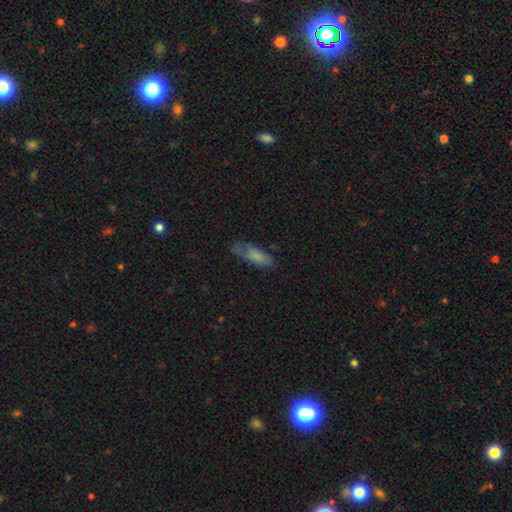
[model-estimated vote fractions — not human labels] The model was most divided on "how rounded": in between: 52%, cigar-shaped: 46%, round: 2%. More confident: smooth or featured — smooth (74%); merging — none (55%).